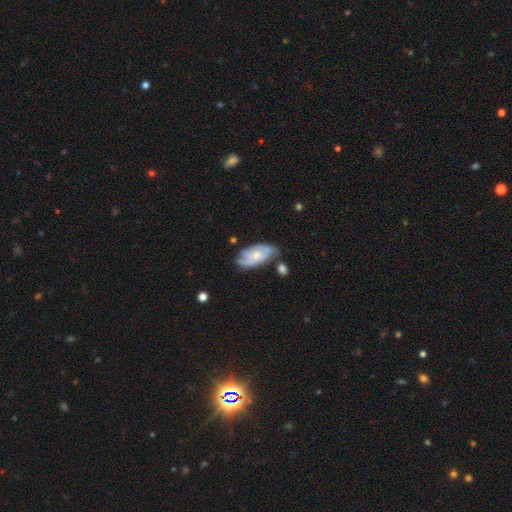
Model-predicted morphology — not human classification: featured or disk 61%, smooth 34%, star or artifact 6%. Down the decision tree: edge-on disk — no (93%); bar — no (71%); spiral arms — yes (86%); bulge size — small (57%); merging — none (56%).